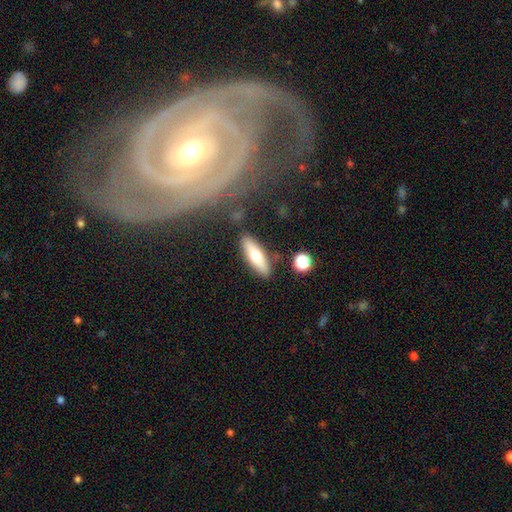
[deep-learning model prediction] Smooth or featured? Predicted: smooth (p=0.63). How rounded? Predicted: cigar-shaped (p=0.57). Merging? Predicted: none (p=0.83).